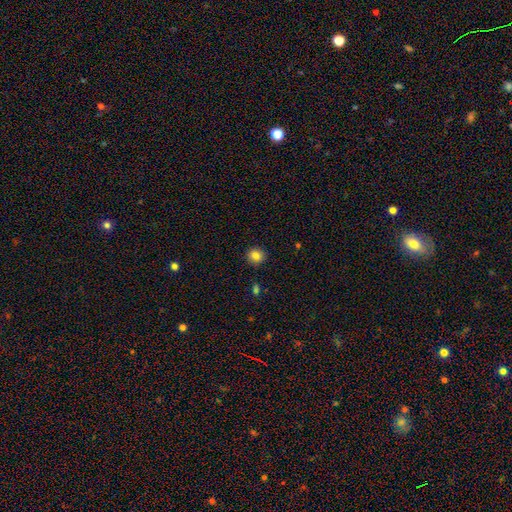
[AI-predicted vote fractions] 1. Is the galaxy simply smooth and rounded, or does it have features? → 84% smooth, 10% star or artifact, 6% featured or disk.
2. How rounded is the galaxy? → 86% round, 13% in between, 1% cigar-shaped.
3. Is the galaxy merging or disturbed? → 91% none, 6% minor disturbance, 2% major disturbance, 1% merger.